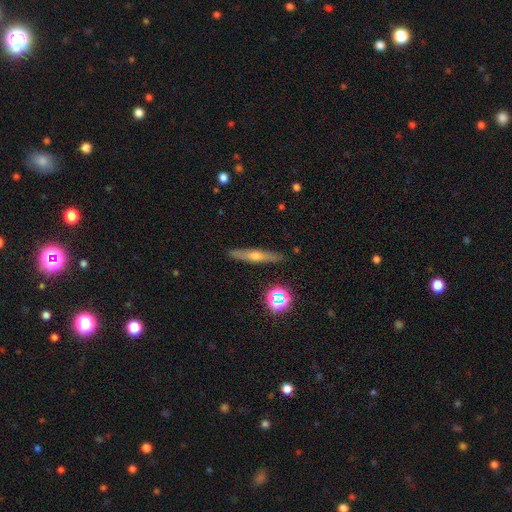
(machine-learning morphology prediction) Smooth or featured? Predicted: featured or disk (p=0.54). Edge-on disk? Predicted: yes (p=0.92). Merging? Predicted: none (p=0.90).